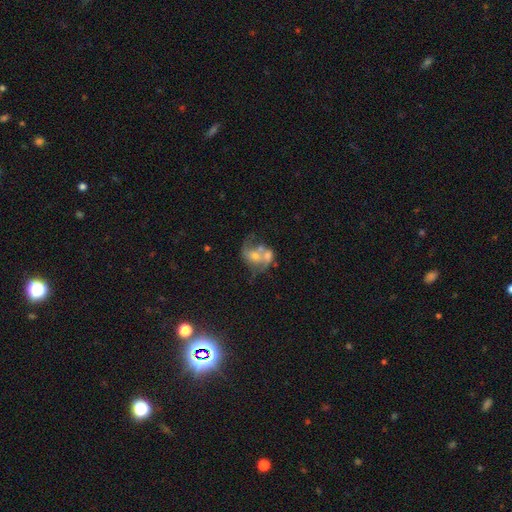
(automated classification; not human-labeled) smooth-or-featured: featured or disk: 65% | smooth: 21% | star or artifact: 13%
  disk-edge-on: no: 97% | yes: 3%
    bar: no: 70% | weak: 24% | strong: 6%
    has-spiral-arms: yes: 73% | no: 27%
    bulge-size: moderate: 49% | small: 33% | none: 9% | large: 7% | dominant: 2%
  merging: merger: 51% | none: 24% | major disturbance: 14% | minor disturbance: 11%